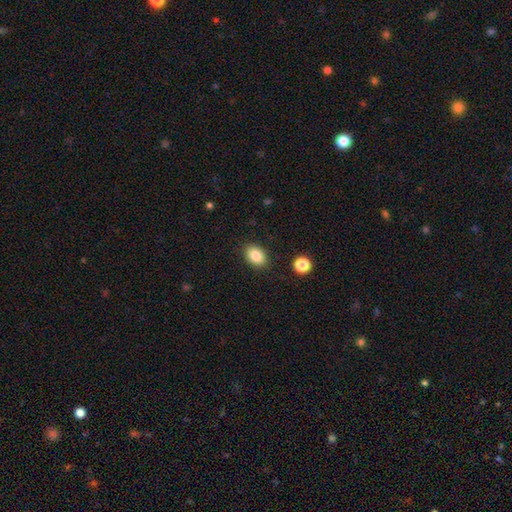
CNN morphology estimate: Smooth or featured: smooth — 86% (star or artifact — 8%)
How rounded: in between — 80% (round — 19%)
Merging: none — 87% (minor disturbance — 9%)